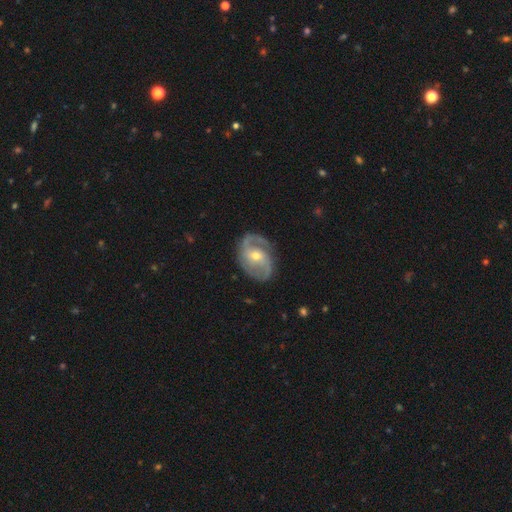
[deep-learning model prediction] This is clearly a featured or disk galaxy (87%). It is clearly not viewed edge-on (97%). Bar: marginally no (43%). Spiral arm pattern: clearly yes (95%). Spiral arm count: clearly 2 (84%). Spiral winding: possibly medium (51%). Central bulge: possibly moderate (52%). Merging: likely none (77%).